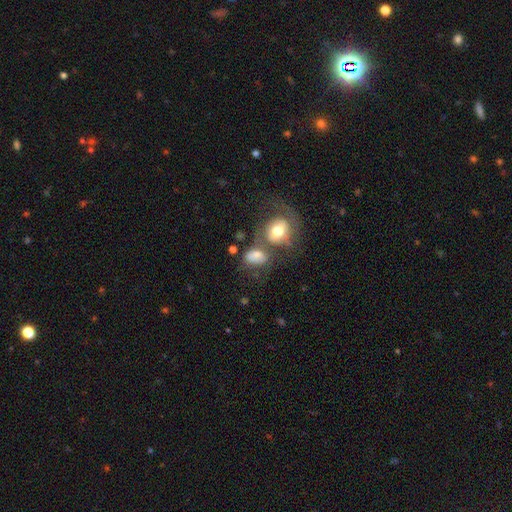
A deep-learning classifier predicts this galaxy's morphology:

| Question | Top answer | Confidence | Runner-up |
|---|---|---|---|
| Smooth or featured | smooth | 67% | featured or disk (24%) |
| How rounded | in between | 73% | round (25%) |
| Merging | merger | 43% | none (27%) |